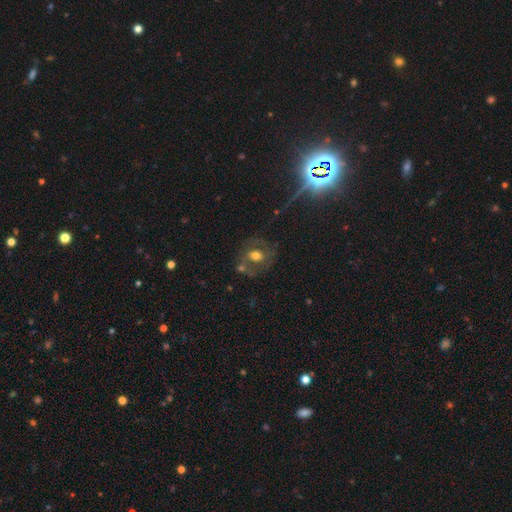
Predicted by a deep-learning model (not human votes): This is possibly a featured or disk galaxy (52%). It is clearly not viewed edge-on (95%). Merging: likely none (61%).